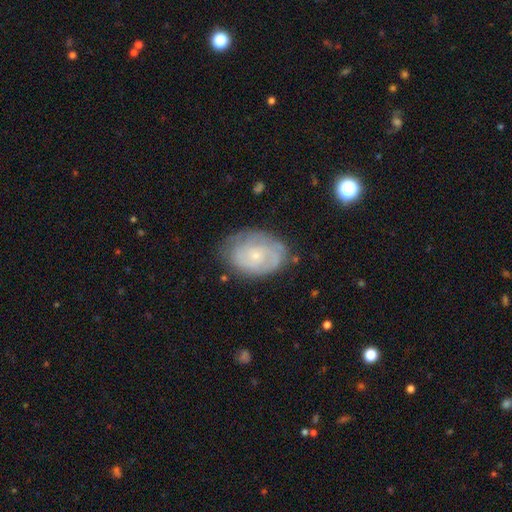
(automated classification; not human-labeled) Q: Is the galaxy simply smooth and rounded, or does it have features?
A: featured or disk — 64%.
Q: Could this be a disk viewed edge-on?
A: no — 97%.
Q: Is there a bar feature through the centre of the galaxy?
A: no — 79%.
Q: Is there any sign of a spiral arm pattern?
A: yes — 79%.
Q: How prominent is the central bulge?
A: small — 79%.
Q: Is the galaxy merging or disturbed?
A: none — 70%.